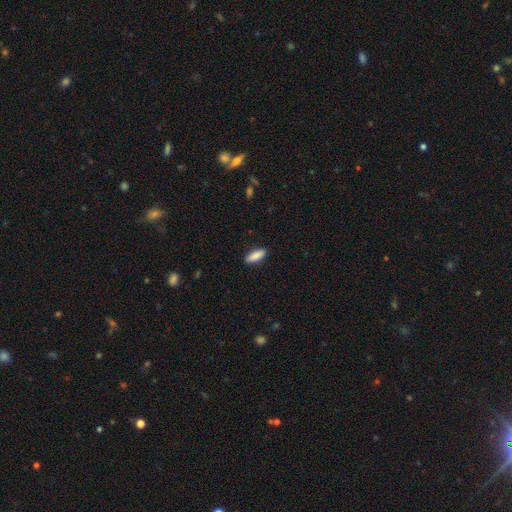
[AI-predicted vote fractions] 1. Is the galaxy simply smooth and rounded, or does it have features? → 87% smooth, 7% featured or disk, 6% star or artifact.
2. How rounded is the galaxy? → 61% in between, 38% cigar-shaped, 2% round.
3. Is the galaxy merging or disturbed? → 89% none, 8% minor disturbance, 2% major disturbance, 1% merger.